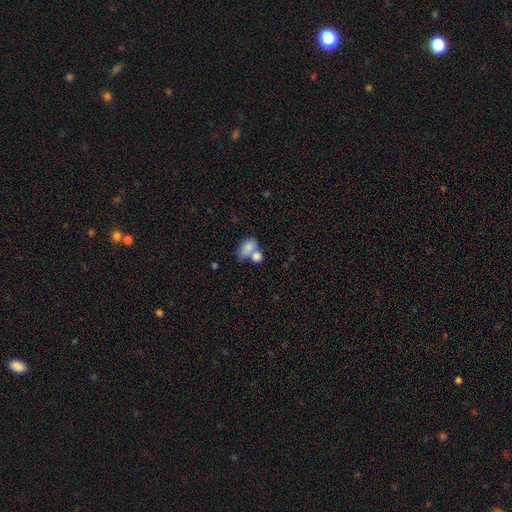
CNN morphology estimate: The model was most divided on "merging": merger: 60%, none: 25%, minor disturbance: 9%, major disturbance: 6%. More confident: smooth or featured — smooth (79%); how rounded — in between (73%).